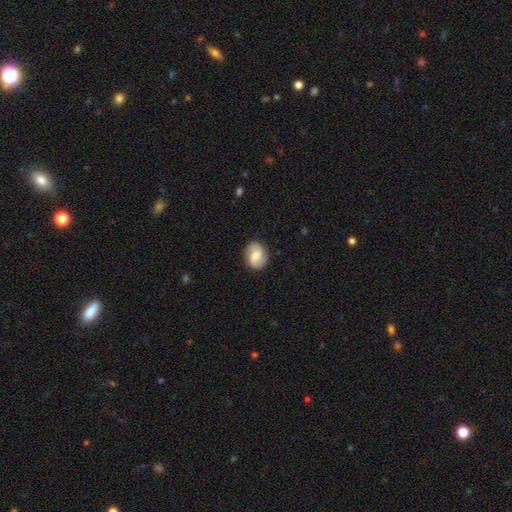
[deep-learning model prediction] This is possibly a smooth galaxy (53%). How rounded: possibly in between (50%). Merging: clearly none (83%).